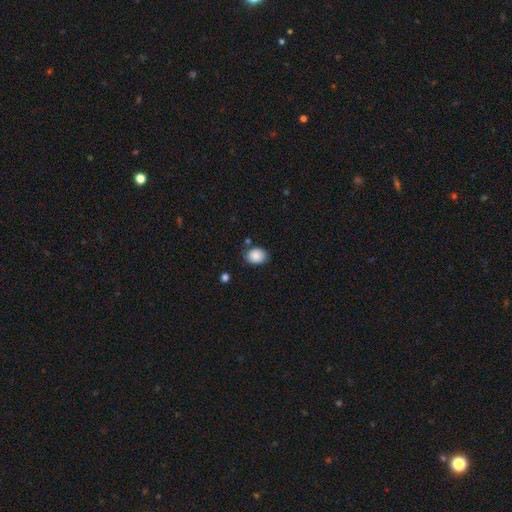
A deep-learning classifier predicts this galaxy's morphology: Smooth or featured? Predicted: smooth (p=0.85). How rounded? Predicted: in between (p=0.60). Merging? Predicted: none (p=0.75).